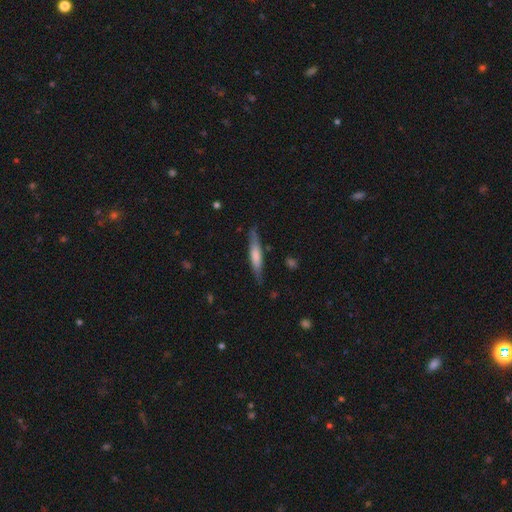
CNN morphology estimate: Smooth or featured?
  - smooth: 59% *
  - featured or disk: 36%
  - star or artifact: 6%
How rounded?
  - cigar-shaped: 86% *
  - in between: 13%
  - round: 1%
Merging?
  - none: 80% *
  - minor disturbance: 15%
  - major disturbance: 3%
  - merger: 2%